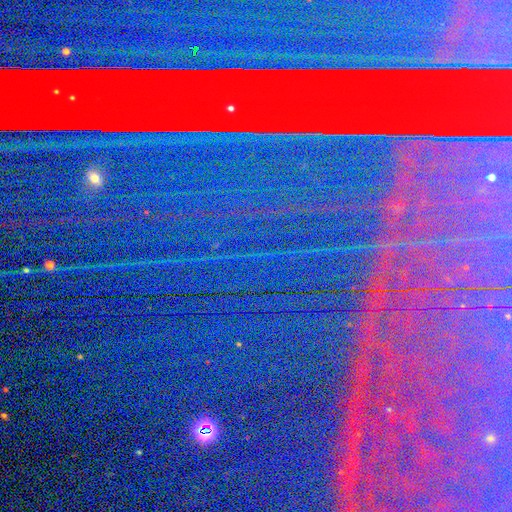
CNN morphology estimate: Smooth or featured: star or artifact — 87% (featured or disk — 7%)